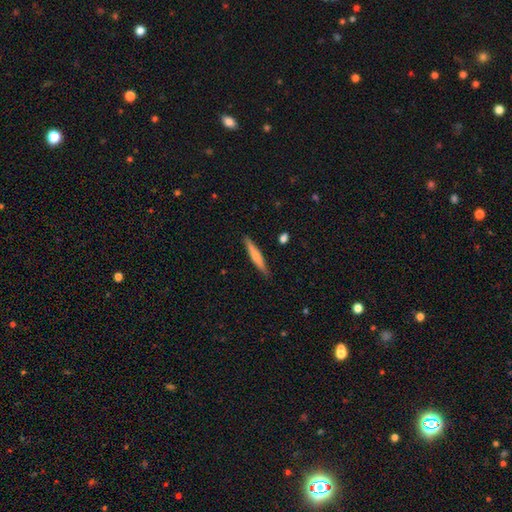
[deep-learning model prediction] Overall: smooth (56%; featured or disk 38%). How rounded: cigar-shaped (92%). Merging: none (87%).